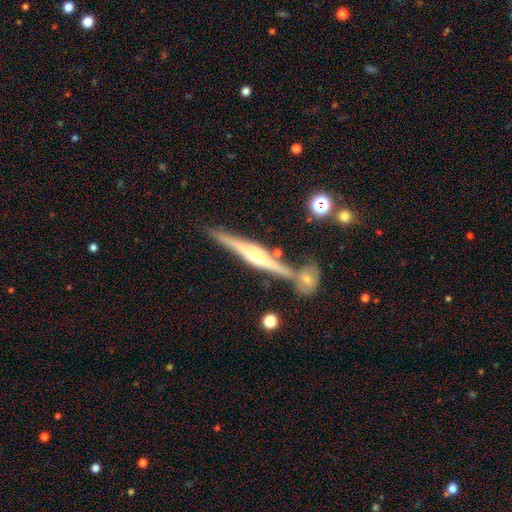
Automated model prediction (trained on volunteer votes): The model was most divided on "edge-on bulge": rounded: 75%, boxy: 19%, none: 6%. More confident: edge-on disk — yes (97%); smooth or featured — featured or disk (80%); merging — none (78%).